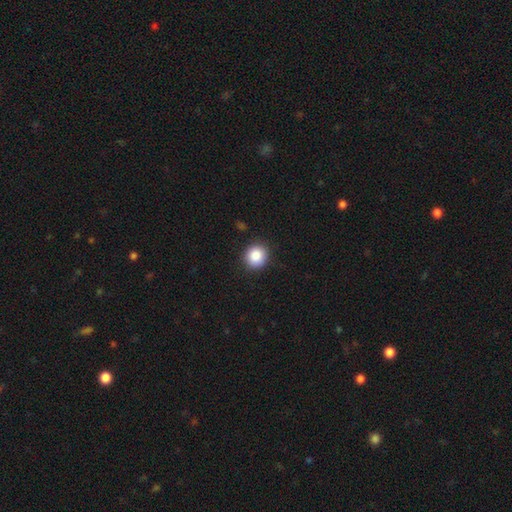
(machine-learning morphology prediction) Q: Smooth or featured?
A: smooth (87%); runner-up: star or artifact (9%)
Q: How rounded?
A: round (86%); runner-up: in between (13%)
Q: Merging?
A: none (89%); runner-up: minor disturbance (8%)